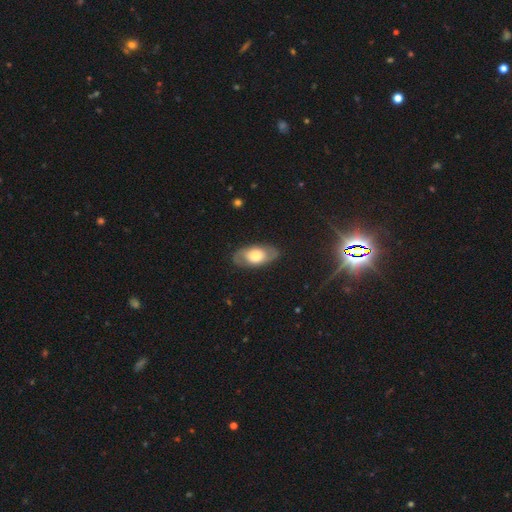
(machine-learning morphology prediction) smooth 49%, featured or disk 45%, star or artifact 6%. Down the decision tree: merging — none (83%).